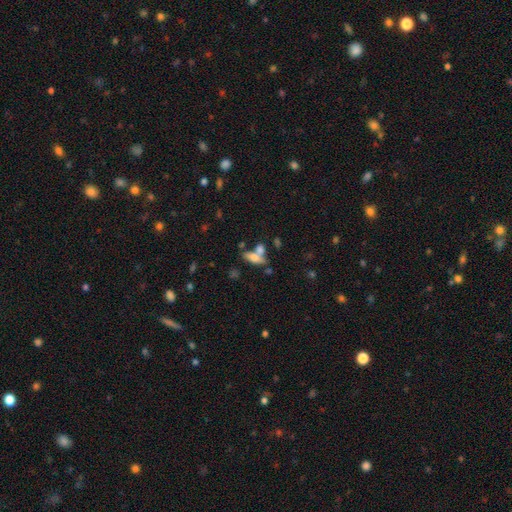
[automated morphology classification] smooth 63%, featured or disk 26%, star or artifact 10%. Down the decision tree: how rounded — in between (64%); merging — none (46%).